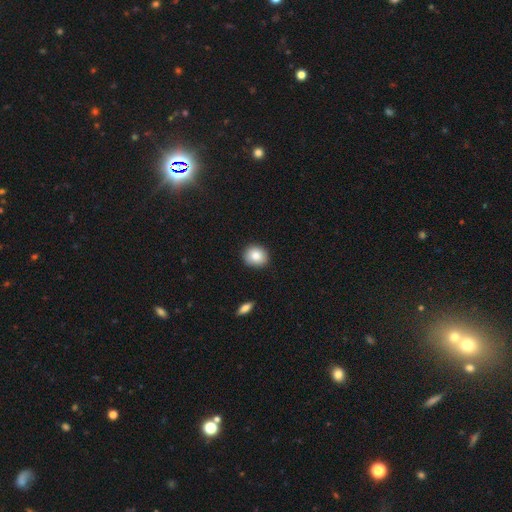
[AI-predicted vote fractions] Smooth or featured? Predicted: smooth (p=0.84). How rounded? Predicted: round (p=0.73). Merging? Predicted: none (p=0.89).